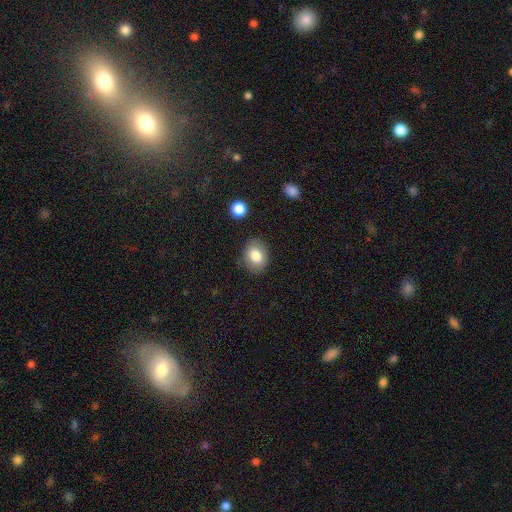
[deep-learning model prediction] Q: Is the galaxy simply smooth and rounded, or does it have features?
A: smooth — 81%.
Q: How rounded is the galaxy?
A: in between — 62%.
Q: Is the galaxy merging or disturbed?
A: none — 81%.